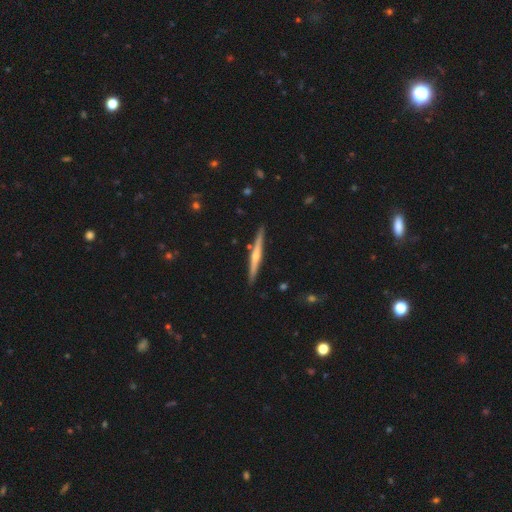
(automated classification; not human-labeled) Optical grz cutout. It shows a featured or disk galaxy (74%) viewed edge-on (98%) with a rounded central bulge (82%). Merging: none (90%).